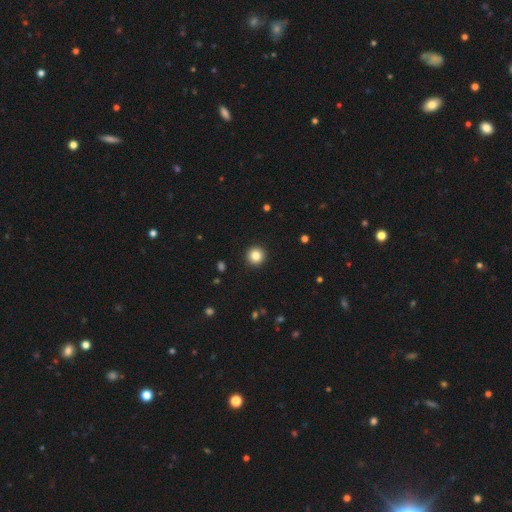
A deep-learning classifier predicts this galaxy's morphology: Smooth or featured? Predicted: smooth (p=0.85). How rounded? Predicted: round (p=0.96). Merging? Predicted: none (p=0.93).